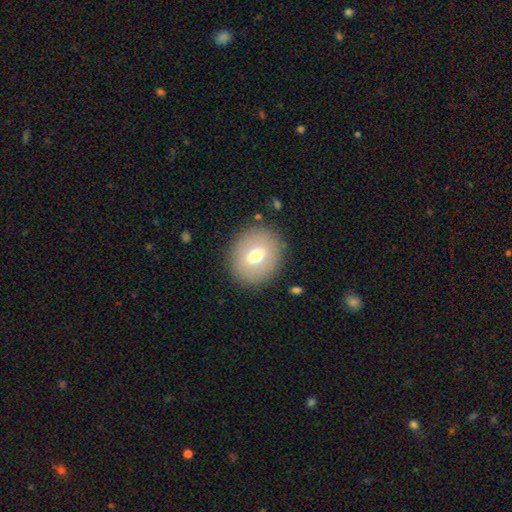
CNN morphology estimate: Smooth or featured? Predicted: smooth (p=0.65). How rounded? Predicted: round (p=0.73). Merging? Predicted: none (p=0.86).